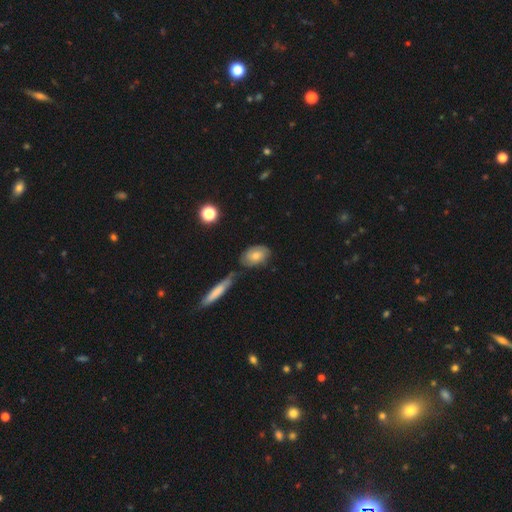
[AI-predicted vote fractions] Smooth or featured? Predicted: smooth (p=0.62). How rounded? Predicted: in between (p=0.82). Merging? Predicted: none (p=0.60).